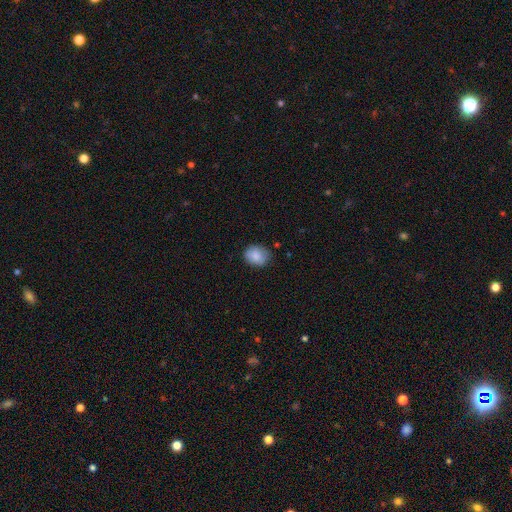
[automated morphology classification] type=smooth (85%); roundness=round (53%); merging=none (80%).